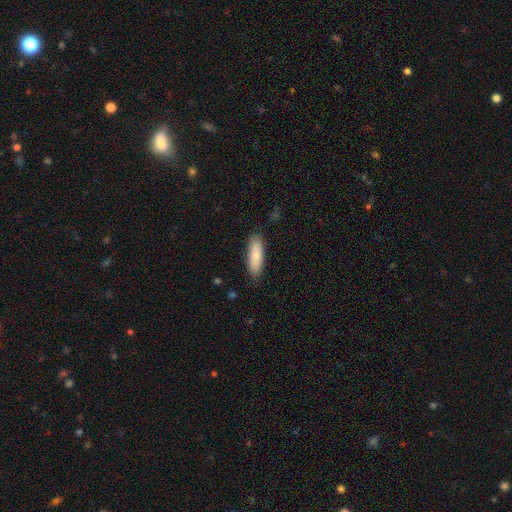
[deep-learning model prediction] This is clearly a smooth galaxy (81%). How rounded: possibly in between (54%). Merging: clearly none (85%).